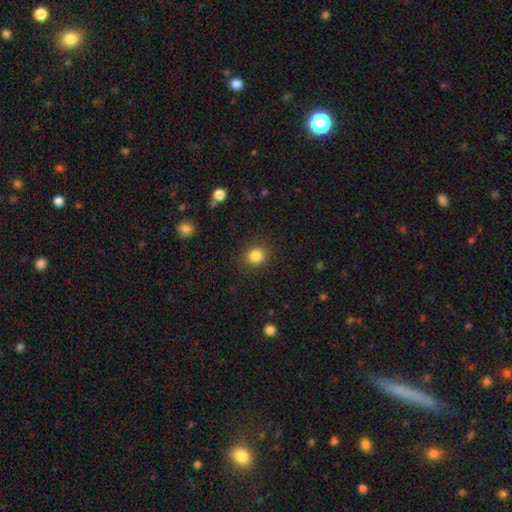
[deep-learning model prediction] Morphology: type=smooth (84%); roundness=round (82%); merging=none (88%).